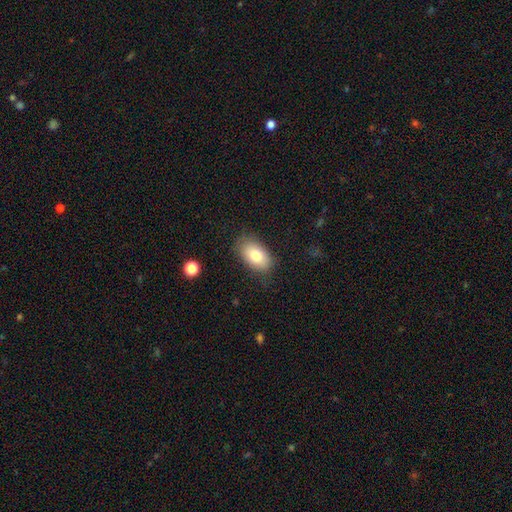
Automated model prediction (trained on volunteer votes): A smooth galaxy with no disk features (78%) that is in between round and cigar-shaped (92%).

Vote fractions:
- Smooth or featured? smooth: 78% / featured or disk: 14% / star or artifact: 8%
- How rounded? in between: 92% / round: 7% / cigar-shaped: 2%
- Merging? none: 80% / minor disturbance: 15% / major disturbance: 4% / merger: 1%